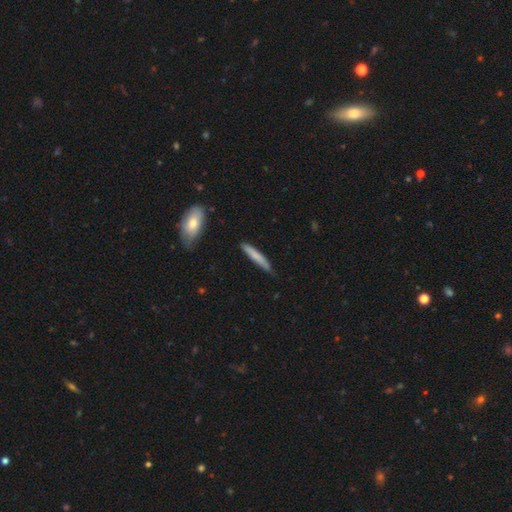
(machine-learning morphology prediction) A smooth galaxy with no disk features (74%) that is cigar-shaped (93%). Merging: none (78%).